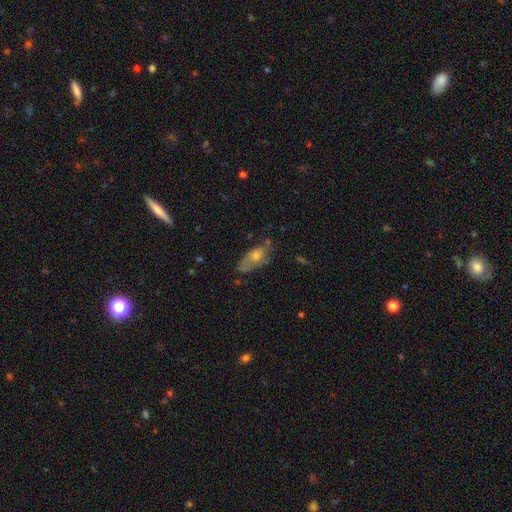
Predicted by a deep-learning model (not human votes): smooth_or_featured: featured or disk (p=0.46) [alt: smooth p=0.42]
merging: none (p=0.51) [alt: minor disturbance p=0.29]